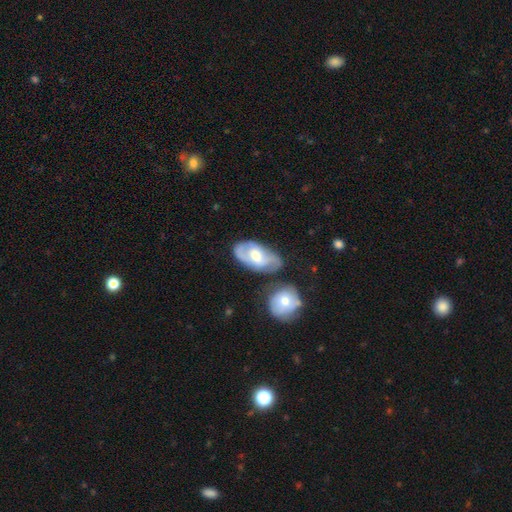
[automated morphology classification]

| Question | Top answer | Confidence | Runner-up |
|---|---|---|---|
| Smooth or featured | featured or disk | 63% | smooth (31%) |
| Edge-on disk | no | 93% | yes (7%) |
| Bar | weak | 45% | no (43%) |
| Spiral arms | yes | 76% | no (24%) |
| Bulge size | moderate | 68% | small (19%) |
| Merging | none | 55% | minor disturbance (22%) |